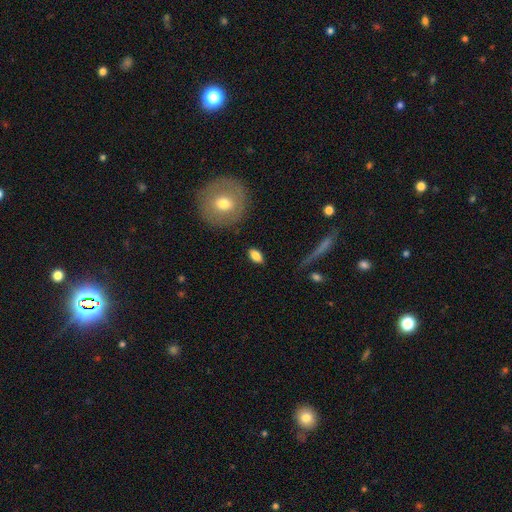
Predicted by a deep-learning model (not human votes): Smooth or featured? smooth (81%)
How rounded? in between (87%)
Merging? none (86%)